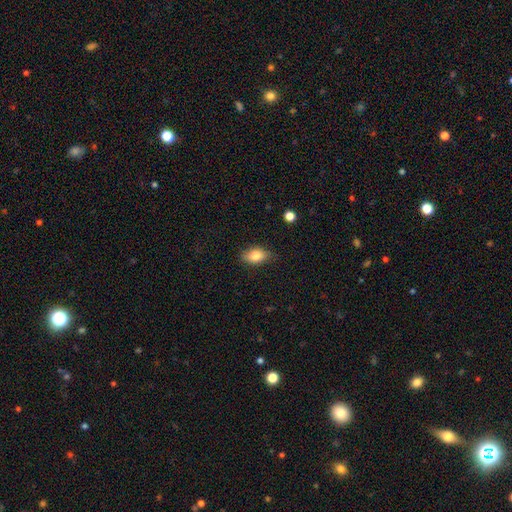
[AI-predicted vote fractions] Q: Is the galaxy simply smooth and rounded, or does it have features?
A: smooth — 81%.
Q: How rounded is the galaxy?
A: in between — 87%.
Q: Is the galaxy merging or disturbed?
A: none — 78%.